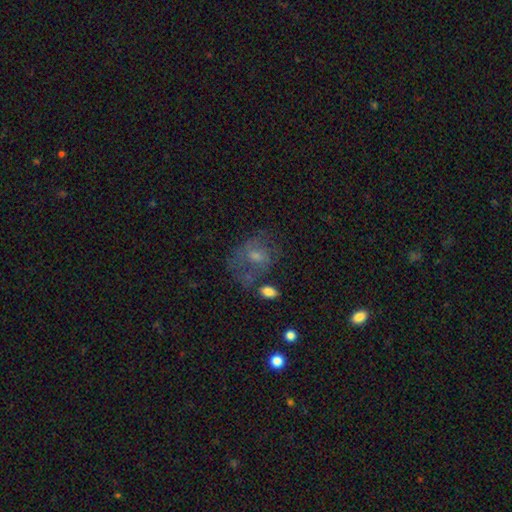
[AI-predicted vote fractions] Smooth or featured? smooth (42%)
Merging? none (42%)